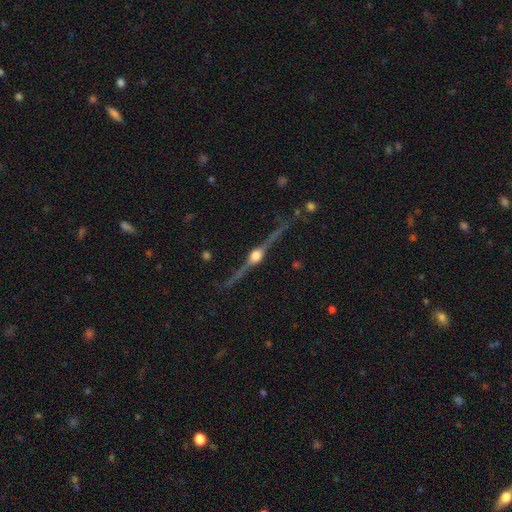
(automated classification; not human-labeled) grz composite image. It shows a featured or disk galaxy (89%) viewed edge-on (98%) with a rounded central bulge (96%). Merging: none (87%).